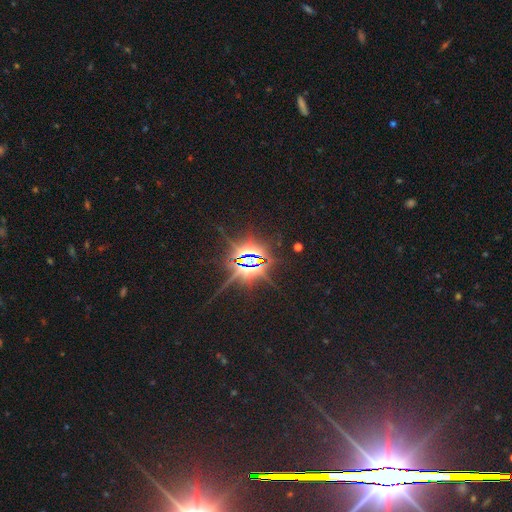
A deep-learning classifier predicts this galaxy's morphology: Smooth or featured: star or artifact — 85% (featured or disk — 9%)